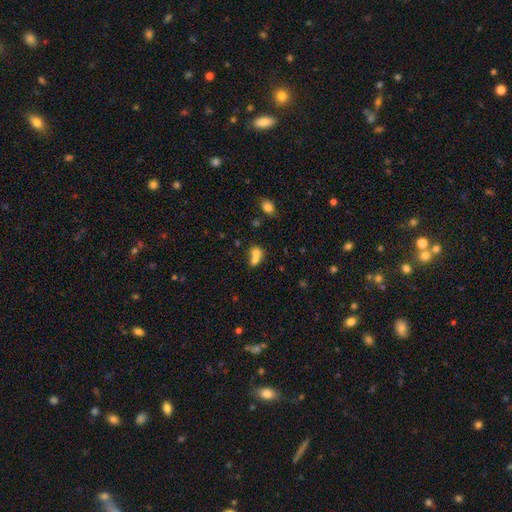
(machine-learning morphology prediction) A smooth galaxy with no disk features (71%) that is round (49%). Merging: merger (68%).